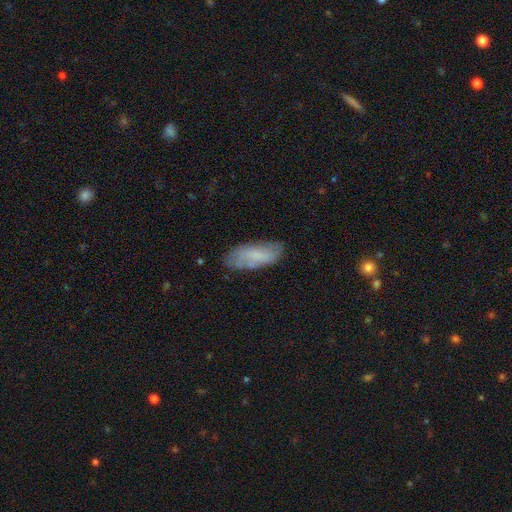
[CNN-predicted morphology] A smooth galaxy with no disk features (63%) that is in between round and cigar-shaped (77%).

Vote fractions:
- Smooth or featured? smooth: 63% / featured or disk: 29% / star or artifact: 8%
- How rounded? in between: 77% / cigar-shaped: 21% / round: 2%
- Merging? none: 65% / minor disturbance: 26% / major disturbance: 7% / merger: 2%